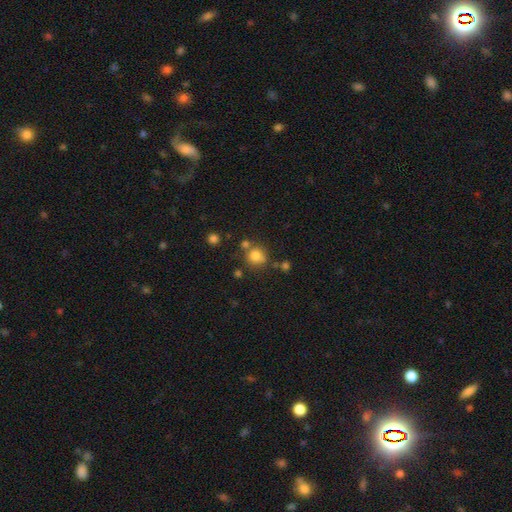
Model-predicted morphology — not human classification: Smooth or featured: smooth — 79% (star or artifact — 13%)
How rounded: round — 86% (in between — 13%)
Merging: none — 66% (merger — 17%)